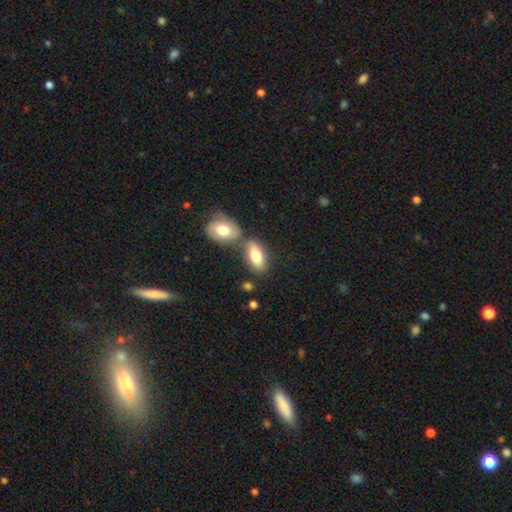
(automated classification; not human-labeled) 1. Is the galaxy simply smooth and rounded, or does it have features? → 74% smooth, 19% featured or disk, 6% star or artifact.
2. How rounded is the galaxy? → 89% in between, 7% cigar-shaped, 4% round.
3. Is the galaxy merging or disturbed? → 48% none, 37% merger, 12% minor disturbance, 4% major disturbance.